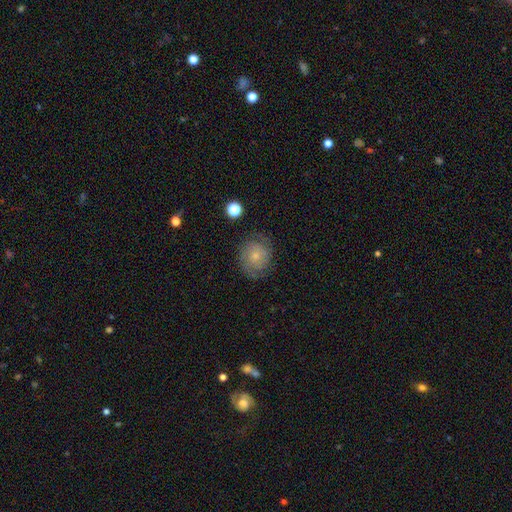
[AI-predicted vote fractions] smooth_or_featured: smooth (p=0.47) [alt: featured or disk p=0.44]
merging: none (p=0.70) [alt: minor disturbance p=0.20]